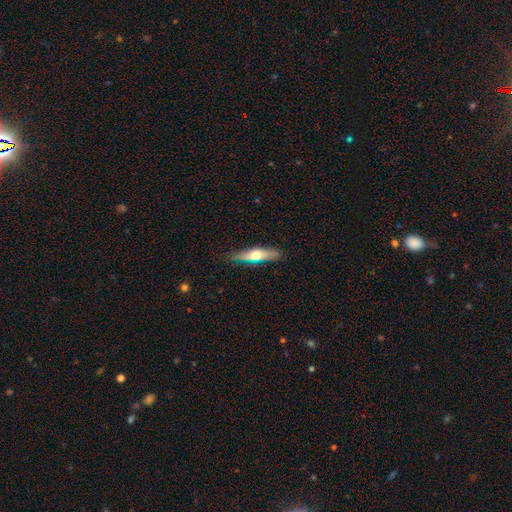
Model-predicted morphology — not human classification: Smooth or featured: smooth — 53% (featured or disk — 40%)
How rounded: cigar-shaped — 69% (in between — 28%)
Merging: none — 79% (minor disturbance — 16%)